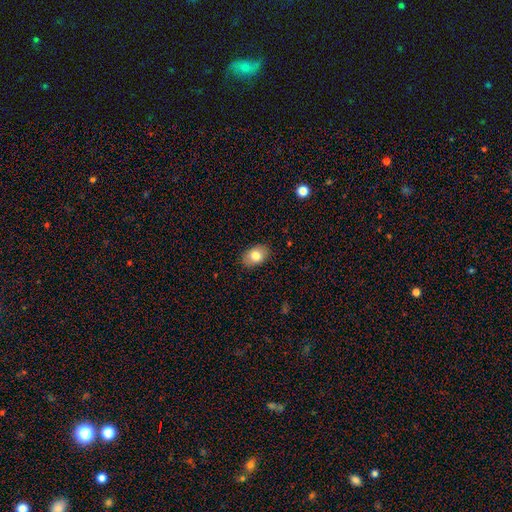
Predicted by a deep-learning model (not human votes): Smooth or featured: smooth — 81% (featured or disk — 11%)
How rounded: in between — 84% (round — 15%)
Merging: none — 87% (minor disturbance — 10%)